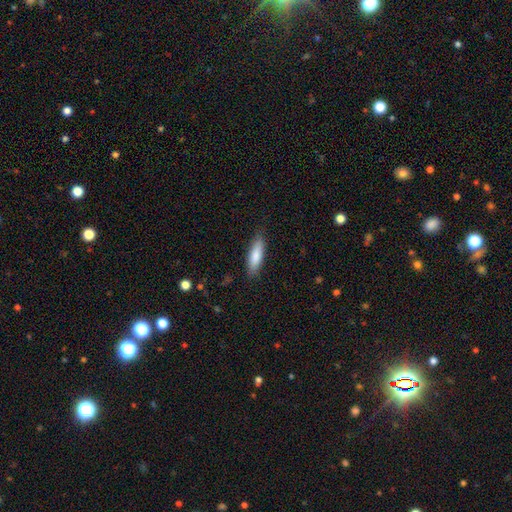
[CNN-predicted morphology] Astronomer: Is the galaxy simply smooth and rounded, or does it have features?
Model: smooth — 83%.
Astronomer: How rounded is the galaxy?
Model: cigar-shaped — 55% (runner-up: in between, 43%).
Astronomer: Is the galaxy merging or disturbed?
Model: none — 84%.